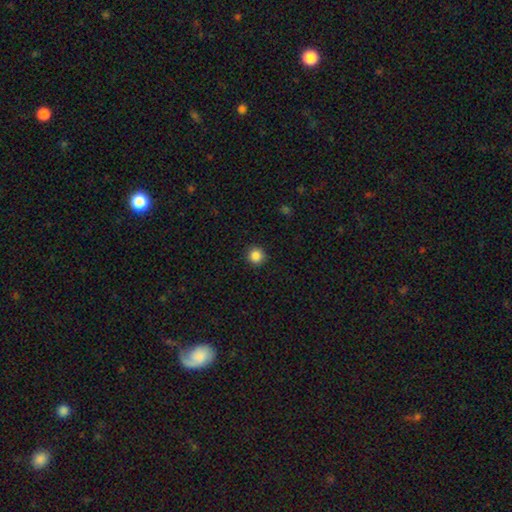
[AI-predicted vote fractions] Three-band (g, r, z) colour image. It shows a smooth galaxy with no disk features (86%) that is round (94%). Merging: none (92%).